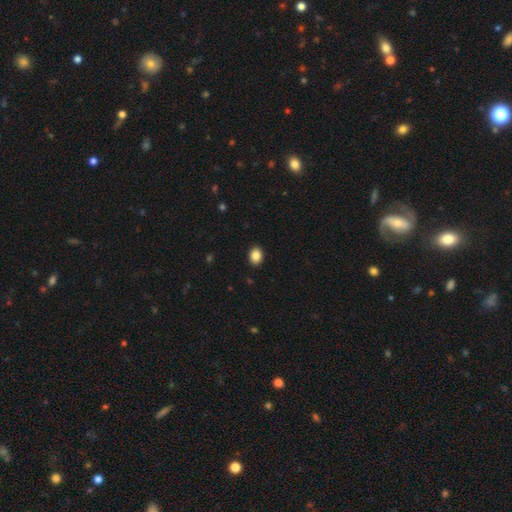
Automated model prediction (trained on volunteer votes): This is clearly a smooth galaxy (87%). How rounded: possibly in between (58%). Merging: clearly none (91%).